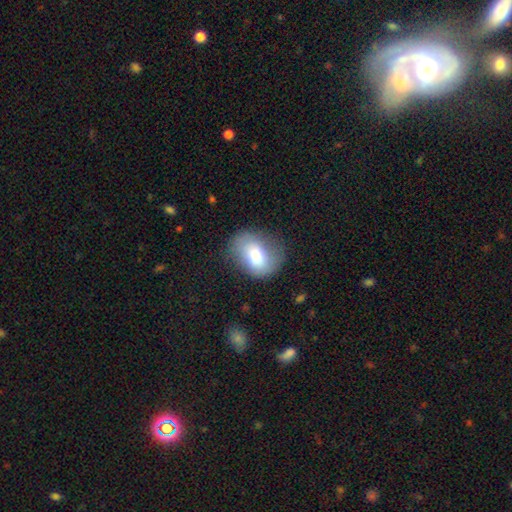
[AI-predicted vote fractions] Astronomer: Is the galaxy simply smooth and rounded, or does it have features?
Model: smooth — 70%.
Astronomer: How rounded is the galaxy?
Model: in between — 65%.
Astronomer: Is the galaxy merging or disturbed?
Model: none — 71%.